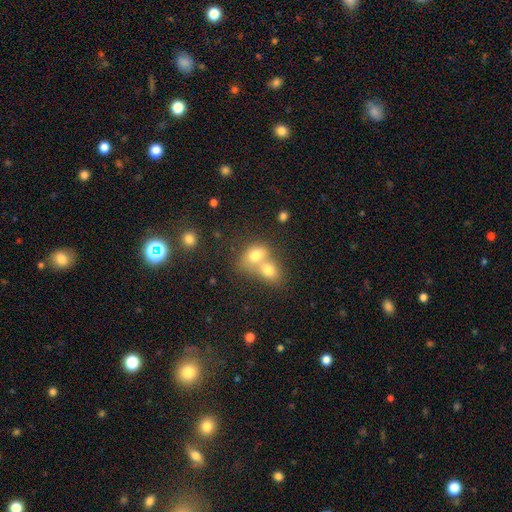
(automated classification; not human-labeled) smooth_or_featured: smooth (p=0.75) [alt: featured or disk p=0.14]
how_rounded: in between (p=0.59) [alt: round p=0.40]
merging: merger (p=0.69) [alt: none p=0.22]